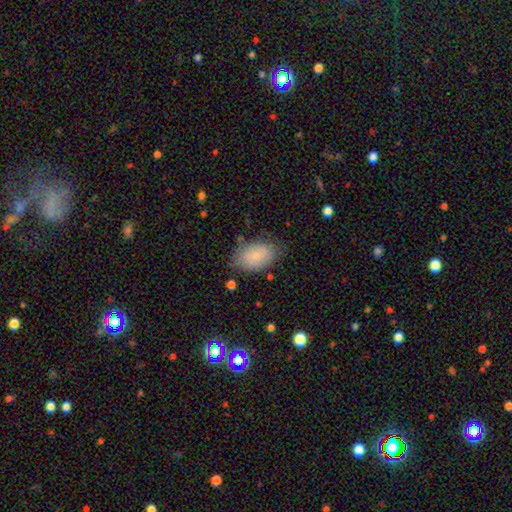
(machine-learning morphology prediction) smooth 76%, featured or disk 16%, star or artifact 7%. Down the decision tree: how rounded — in between (89%); merging — none (72%).